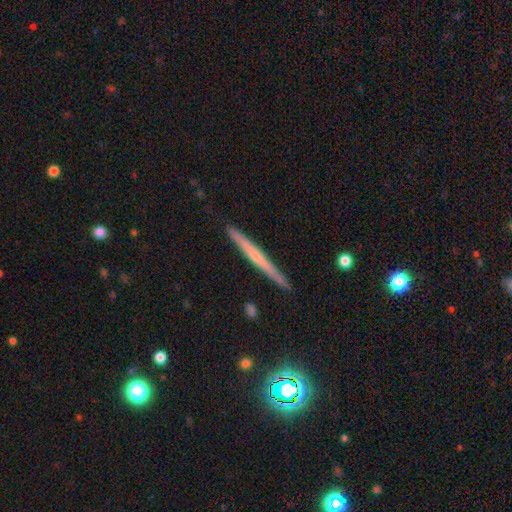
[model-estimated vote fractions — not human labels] Morphology: type=featured or disk (55%); edge-on=yes (97%); edge-on bulge=none (67%); merging=none (90%).